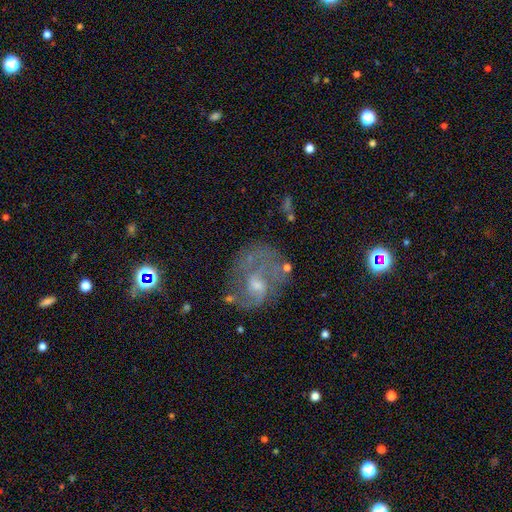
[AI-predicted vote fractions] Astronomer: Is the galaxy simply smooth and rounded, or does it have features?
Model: featured or disk — 66%.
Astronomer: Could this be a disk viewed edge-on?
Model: no — 97%.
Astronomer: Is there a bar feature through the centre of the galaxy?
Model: no — 58% (runner-up: weak, 36%).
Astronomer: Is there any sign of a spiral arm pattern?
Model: yes — 74%.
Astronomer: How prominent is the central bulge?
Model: moderate — 45% (runner-up: small, 42%).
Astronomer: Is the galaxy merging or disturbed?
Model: none — 55%.